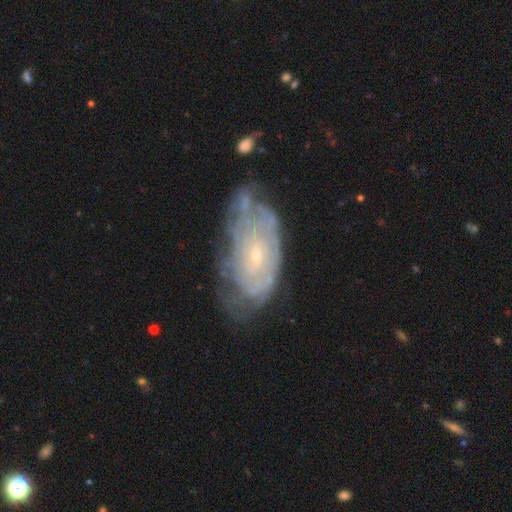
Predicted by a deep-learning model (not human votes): Smooth or featured?
  - featured or disk: 74% *
  - smooth: 19%
  - star or artifact: 7%
Edge-on disk?
  - no: 93% *
  - yes: 7%
Bar?
  - no: 75% *
  - weak: 21%
  - strong: 4%
Spiral arms?
  - yes: 78% *
  - no: 22%
Spiral winding?
  - tight: 74% *
  - medium: 20%
  - loose: 6%
Spiral arm count?
  - can't tell: 65% *
  - 2: 10%
  - 4: 8%
  - 3: 7%
  - more than 4: 6%
  - 1: 4%
Bulge size?
  - small: 79% *
  - moderate: 17%
  - none: 3%
  - large: 1%
  - dominant: 1%
Merging?
  - none: 55% *
  - minor disturbance: 28%
  - major disturbance: 13%
  - merger: 4%